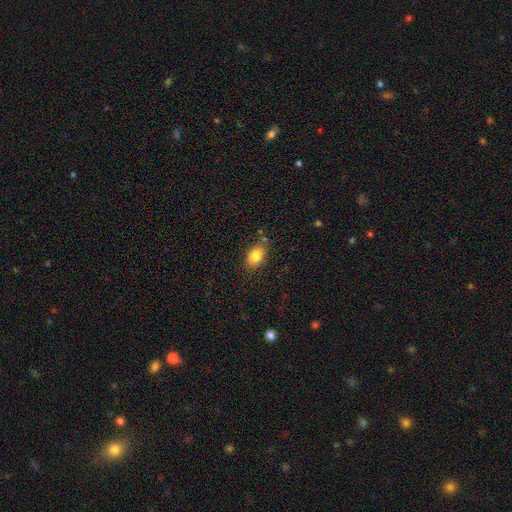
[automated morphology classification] Smooth or featured? Predicted: smooth (p=0.81). How rounded? Predicted: in between (p=0.77). Merging? Predicted: none (p=0.74).